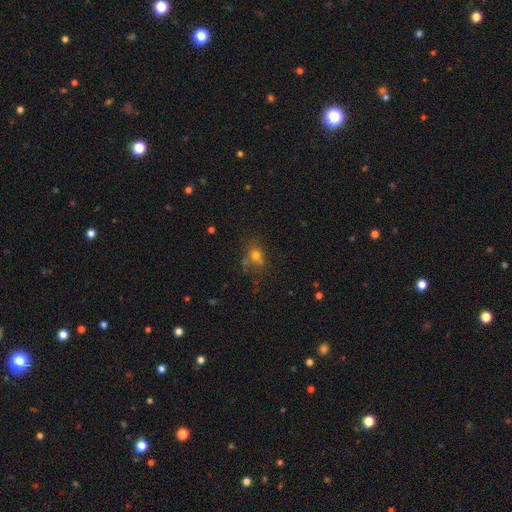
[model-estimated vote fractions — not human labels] smooth_or_featured: smooth (p=0.62) [alt: star or artifact p=0.20]
how_rounded: round (p=0.53) [alt: in between p=0.45]
merging: none (p=0.50) [alt: minor disturbance p=0.20]